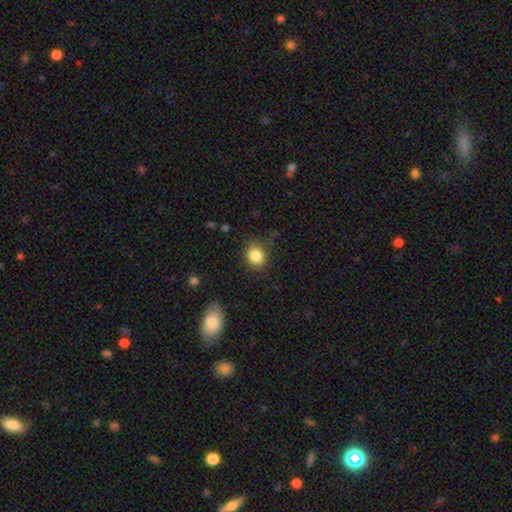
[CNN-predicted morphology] type=smooth (84%); roundness=round (67%); merging=none (80%).